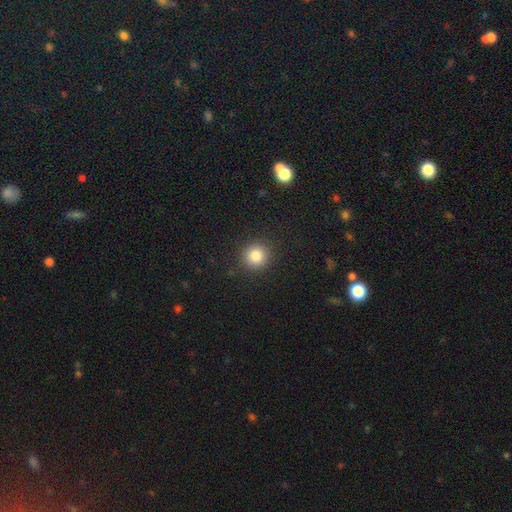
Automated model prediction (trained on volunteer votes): This appears to be a smooth galaxy with no disk features (83%) that is round (93%). Merging: none (91%).